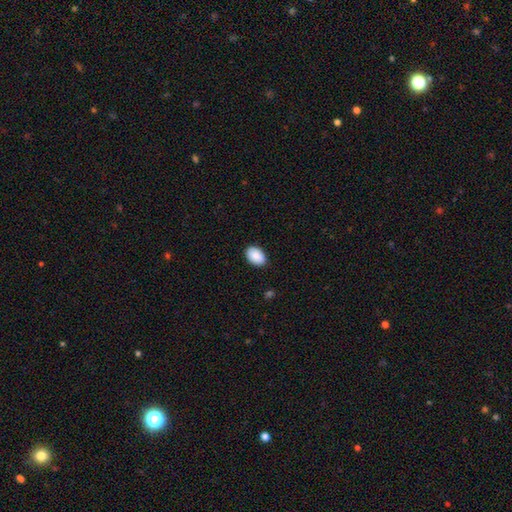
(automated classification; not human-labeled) smooth-or-featured: smooth: 90% | star or artifact: 7% | featured or disk: 4%
  how-rounded: in between: 87% | round: 12% | cigar-shaped: 1%
  merging: none: 87% | minor disturbance: 10% | major disturbance: 2% | merger: 1%